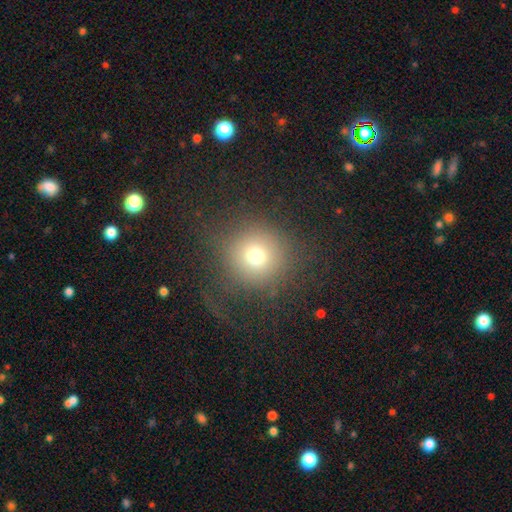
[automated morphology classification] Overall: smooth (71%). How rounded: round (93%). Merging: none (68%).